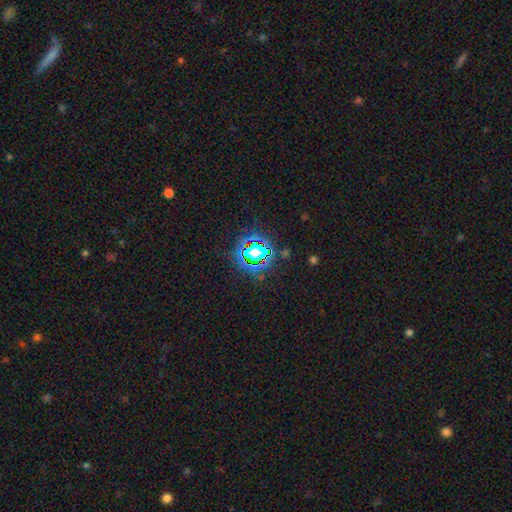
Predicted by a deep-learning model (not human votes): Overall: star or artifact (74%).